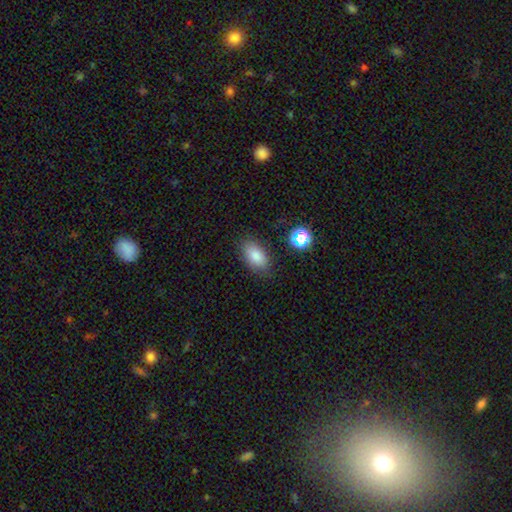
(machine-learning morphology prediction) This appears to be a smooth galaxy with no disk features (83%) that is in between round and cigar-shaped (90%). Merging: none (83%).